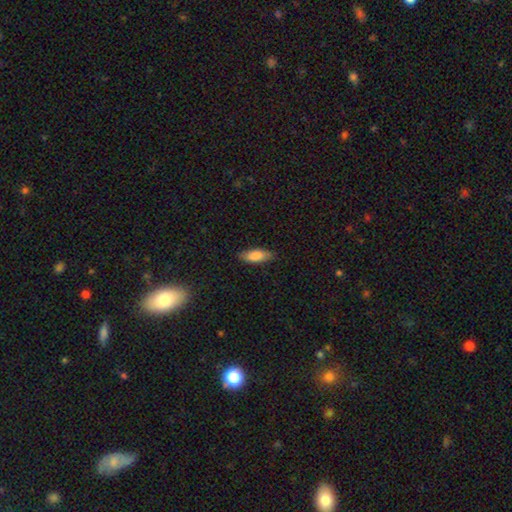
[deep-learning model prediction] Smooth or featured: smooth — 82% (featured or disk — 11%)
How rounded: in between — 71% (cigar-shaped — 27%)
Merging: none — 83% (minor disturbance — 13%)